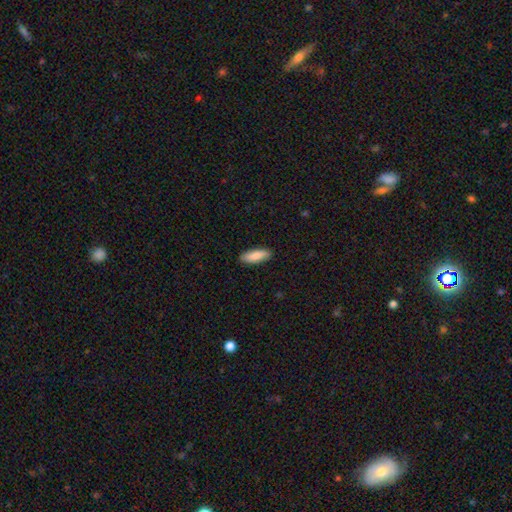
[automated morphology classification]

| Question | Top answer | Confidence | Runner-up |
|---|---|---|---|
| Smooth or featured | smooth | 83% | featured or disk (12%) |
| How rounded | in between | 60% | cigar-shaped (38%) |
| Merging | none | 88% | minor disturbance (9%) |